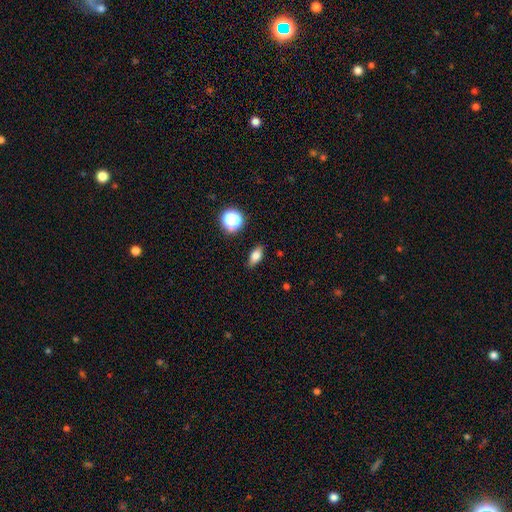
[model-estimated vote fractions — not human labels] Smooth or featured? smooth (77%)
How rounded? in between (78%)
Merging? none (85%)